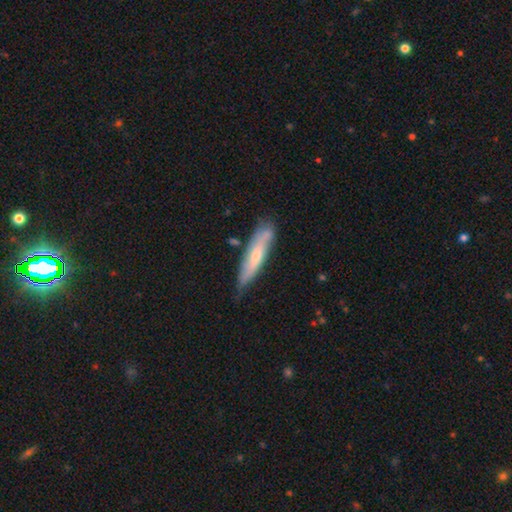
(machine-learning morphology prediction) smooth-or-featured: smooth: 51% | featured or disk: 44% | star or artifact: 6%
  how-rounded: cigar-shaped: 81% | in between: 17% | round: 2%
  merging: none: 68% | minor disturbance: 25% | major disturbance: 4% | merger: 3%